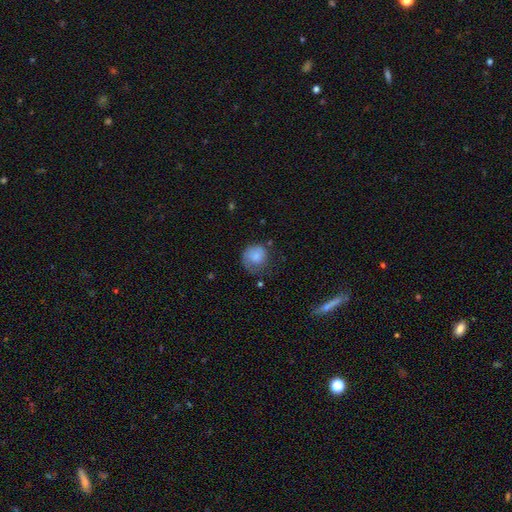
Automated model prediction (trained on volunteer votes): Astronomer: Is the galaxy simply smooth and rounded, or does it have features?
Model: smooth — 73%.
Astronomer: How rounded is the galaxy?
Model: round — 78%.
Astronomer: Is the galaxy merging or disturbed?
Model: none — 45% (runner-up: minor disturbance, 30%).